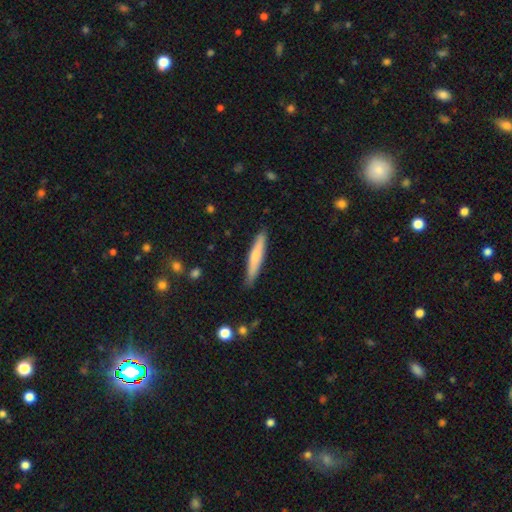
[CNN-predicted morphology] Smooth or featured? smooth (67%)
How rounded? cigar-shaped (92%)
Merging? none (86%)